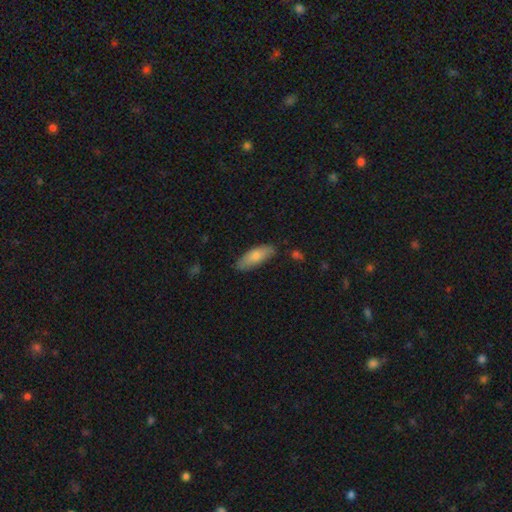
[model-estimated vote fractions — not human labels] Morphology: type=smooth (76%); roundness=in between (64%); merging=none (82%).